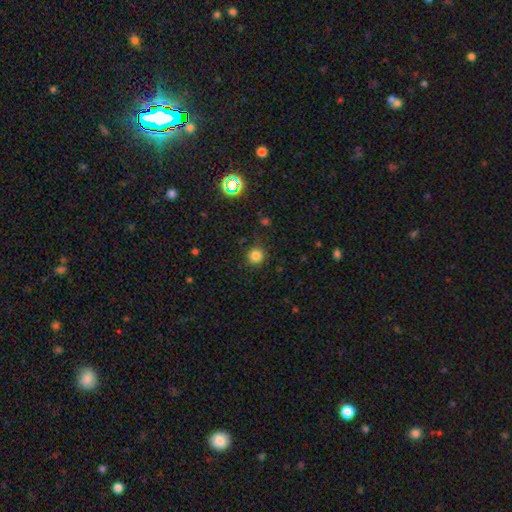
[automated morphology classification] smooth 81%, star or artifact 14%, featured or disk 4%. Down the decision tree: how rounded — round (93%); merging — none (87%).